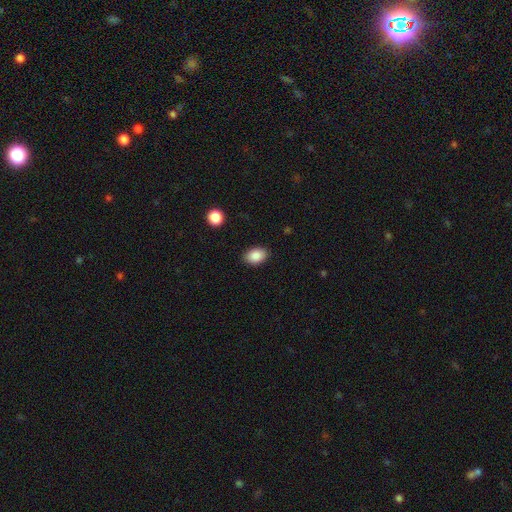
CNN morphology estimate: Smooth or featured? smooth (88%)
How rounded? in between (84%)
Merging? none (88%)